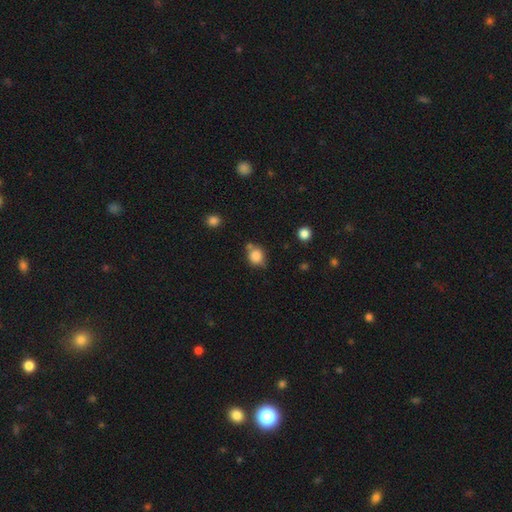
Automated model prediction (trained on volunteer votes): Overall: smooth (83%). How rounded: round (75%). Merging: none (59%; minor disturbance 20%).